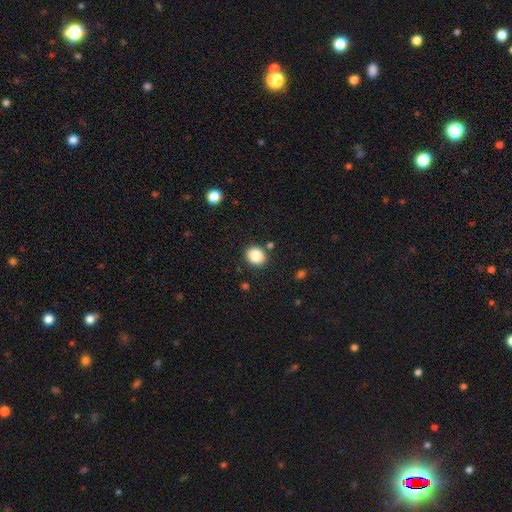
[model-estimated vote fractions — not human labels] smooth-or-featured: smooth: 87% | star or artifact: 9% | featured or disk: 4%
  how-rounded: round: 72% | in between: 27% | cigar-shaped: 1%
  merging: none: 86% | minor disturbance: 8% | merger: 3% | major disturbance: 3%